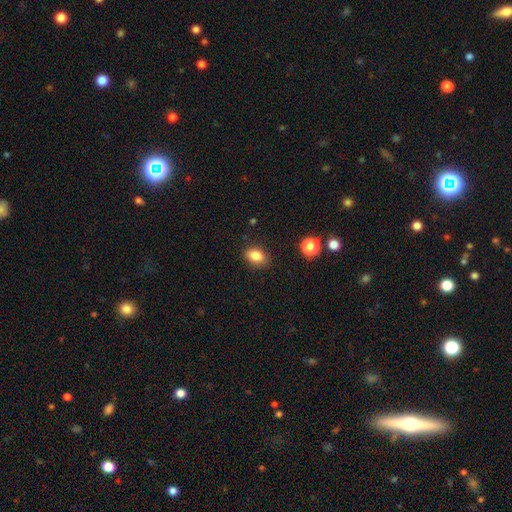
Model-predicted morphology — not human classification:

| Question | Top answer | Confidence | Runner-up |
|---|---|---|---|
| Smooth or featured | smooth | 84% | star or artifact (10%) |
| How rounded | in between | 80% | round (18%) |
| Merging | none | 86% | minor disturbance (10%) |